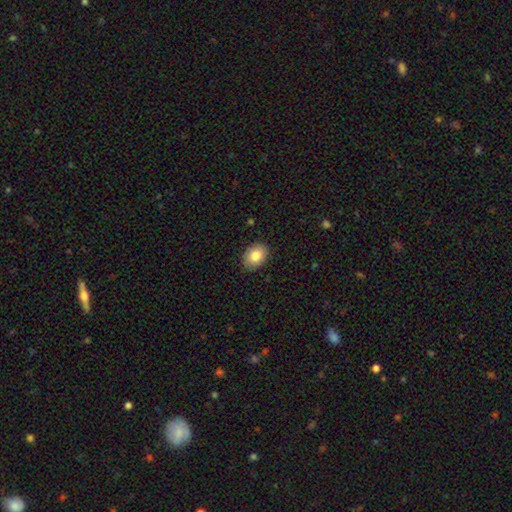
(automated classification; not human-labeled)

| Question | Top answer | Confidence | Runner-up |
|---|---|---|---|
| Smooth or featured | smooth | 83% | featured or disk (9%) |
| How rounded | in between | 72% | round (27%) |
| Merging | none | 88% | minor disturbance (9%) |